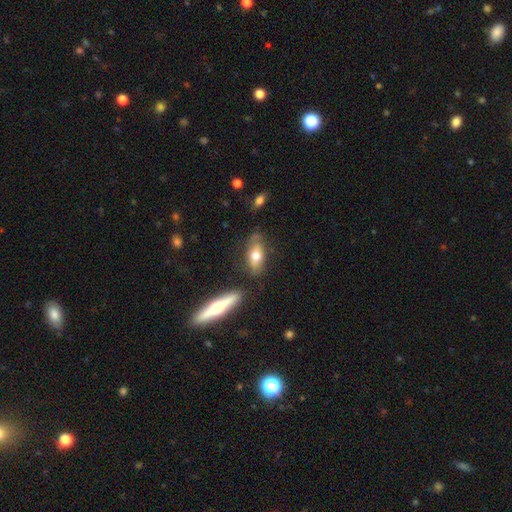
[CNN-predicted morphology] A smooth galaxy with no disk features (60%) that is in between round and cigar-shaped (73%). Merging: none (68%).